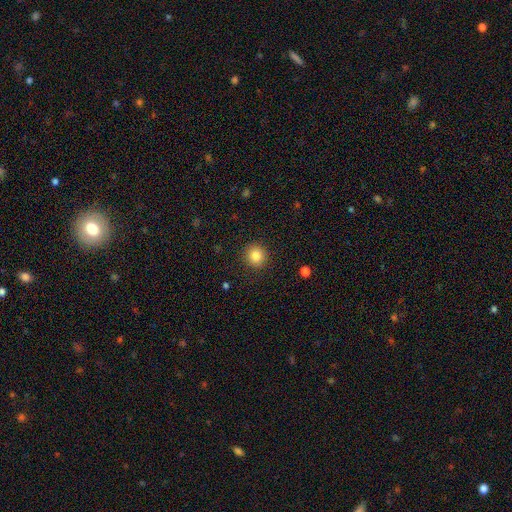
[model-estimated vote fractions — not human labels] Overall: smooth (84%). How rounded: round (91%). Merging: none (91%).